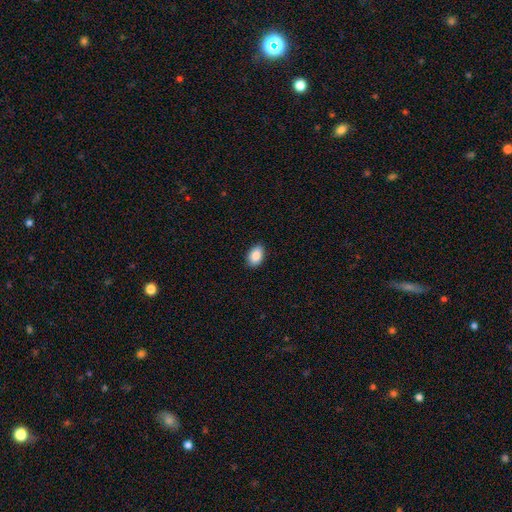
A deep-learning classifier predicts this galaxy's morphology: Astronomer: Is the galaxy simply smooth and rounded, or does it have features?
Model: smooth — 89%.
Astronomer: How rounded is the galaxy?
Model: in between — 89%.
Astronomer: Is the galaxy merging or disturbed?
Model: none — 88%.